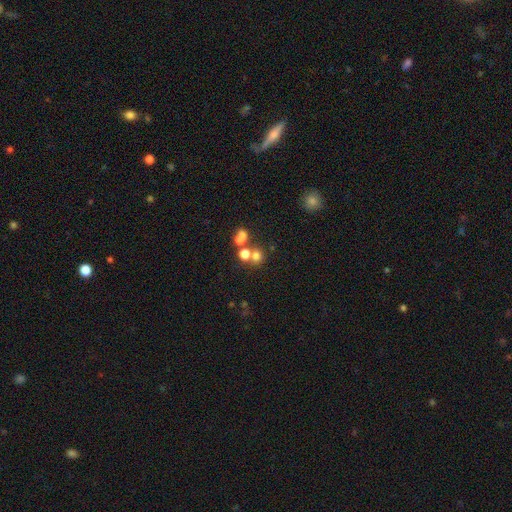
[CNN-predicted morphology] Smooth or featured? smooth (67%)
How rounded? round (82%)
Merging? none (51%)